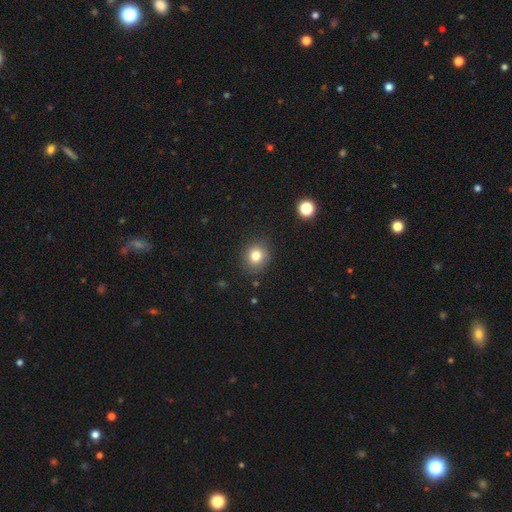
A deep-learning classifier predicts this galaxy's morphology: Smooth or featured? Predicted: smooth (p=0.80). How rounded? Predicted: round (p=0.82). Merging? Predicted: none (p=0.87).